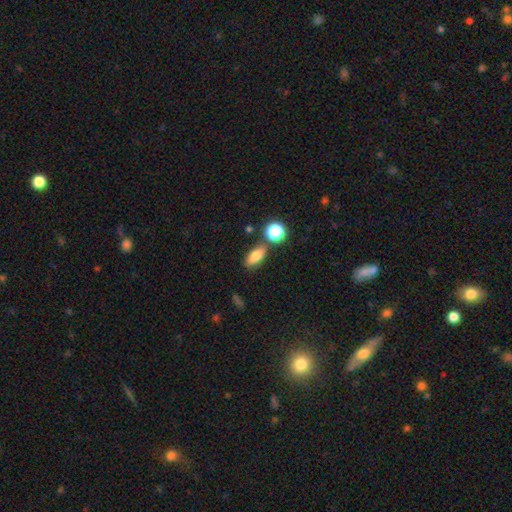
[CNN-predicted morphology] Smooth or featured? Predicted: smooth (p=0.78). How rounded? Predicted: in between (p=0.77). Merging? Predicted: none (p=0.76).